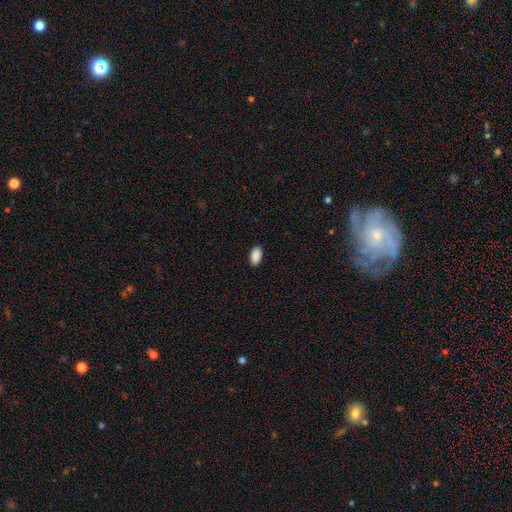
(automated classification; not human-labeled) Smooth or featured: smooth — 91% (star or artifact — 7%)
How rounded: in between — 94% (cigar-shaped — 3%)
Merging: none — 90% (minor disturbance — 8%)